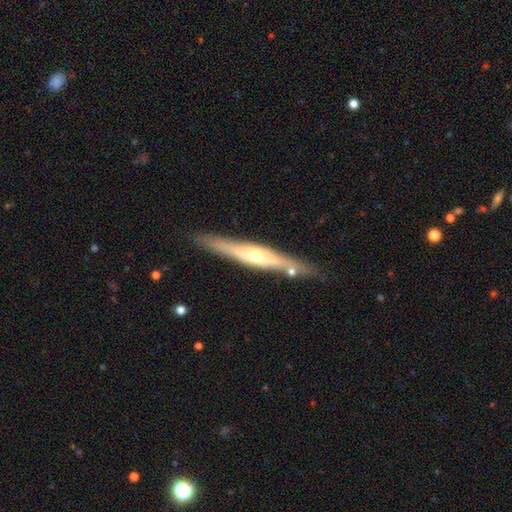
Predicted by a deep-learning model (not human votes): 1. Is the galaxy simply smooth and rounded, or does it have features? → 70% featured or disk, 24% smooth, 6% star or artifact.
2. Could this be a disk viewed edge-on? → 92% yes, 8% no.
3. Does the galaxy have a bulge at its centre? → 82% rounded, 10% none, 8% boxy.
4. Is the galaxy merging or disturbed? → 81% none, 12% minor disturbance, 4% merger, 3% major disturbance.